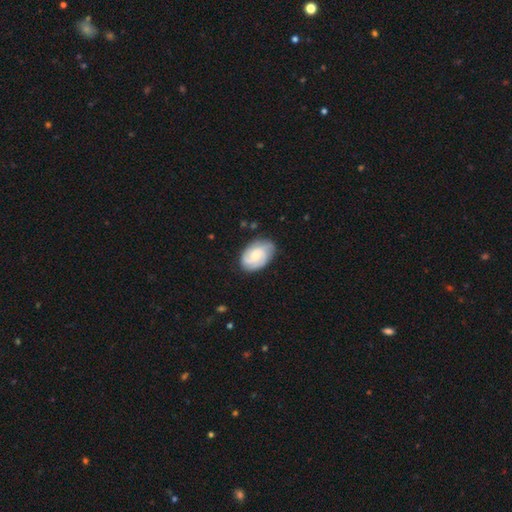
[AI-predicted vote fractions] A featured or disk galaxy (63%) with no bar (70%), 3 (41%) tight (54%) spiral arms (94%) and a small central bulge (43%). Merging: none (75%).